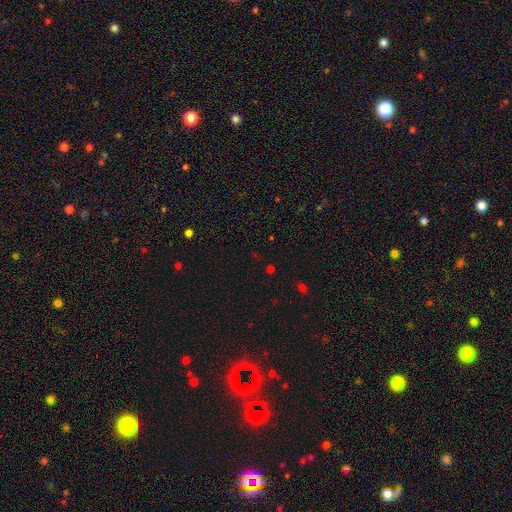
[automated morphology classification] This is possibly a star or artifact rather than a galaxy (59%).